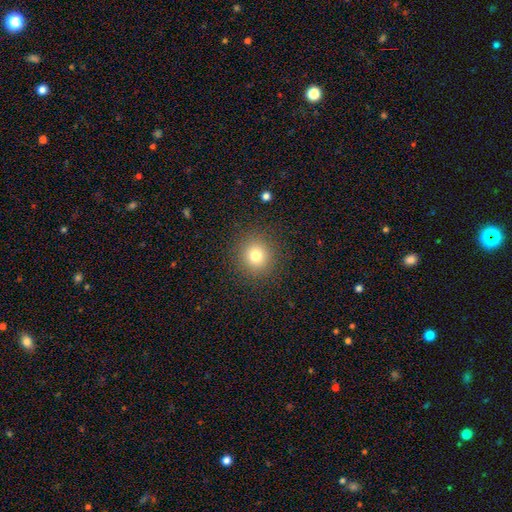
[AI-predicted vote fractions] This is likely a smooth galaxy (77%). How rounded: clearly round (92%). Merging: clearly none (90%).